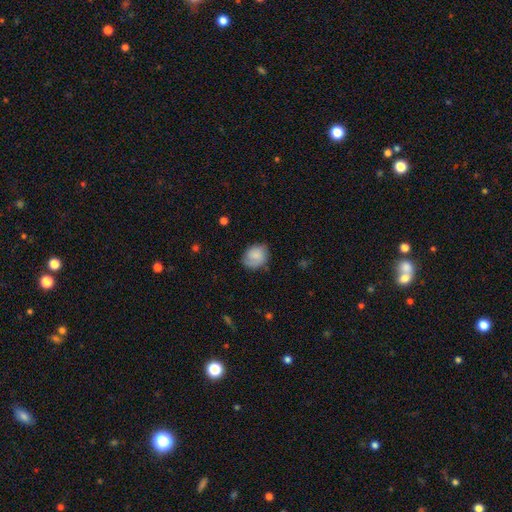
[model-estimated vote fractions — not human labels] The model was most divided on "how rounded": round: 51%, in between: 48%, cigar-shaped: 1%. More confident: smooth or featured — smooth (74%); merging — none (65%).